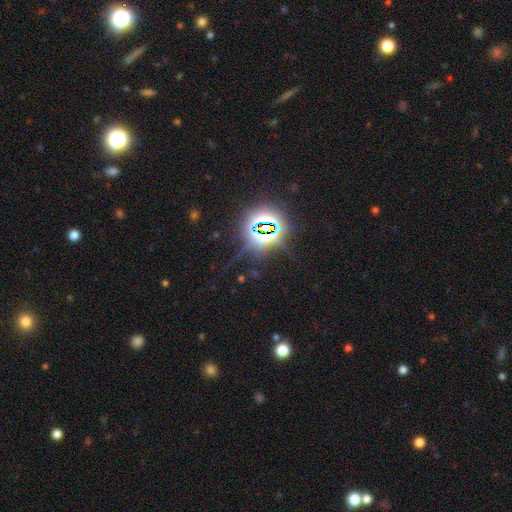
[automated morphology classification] Overall: star or artifact (81%).